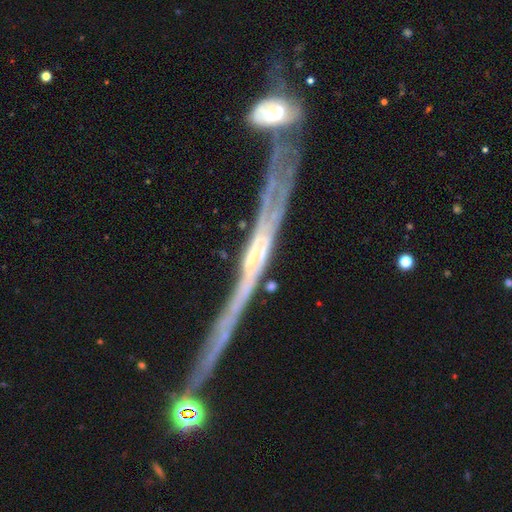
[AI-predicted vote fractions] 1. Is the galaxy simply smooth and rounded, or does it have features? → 80% featured or disk, 10% smooth, 9% star or artifact.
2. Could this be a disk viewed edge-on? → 89% yes, 11% no.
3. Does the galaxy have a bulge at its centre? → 48% none, 34% rounded, 19% boxy.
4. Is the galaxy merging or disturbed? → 49% none, 20% merger, 19% minor disturbance, 12% major disturbance.